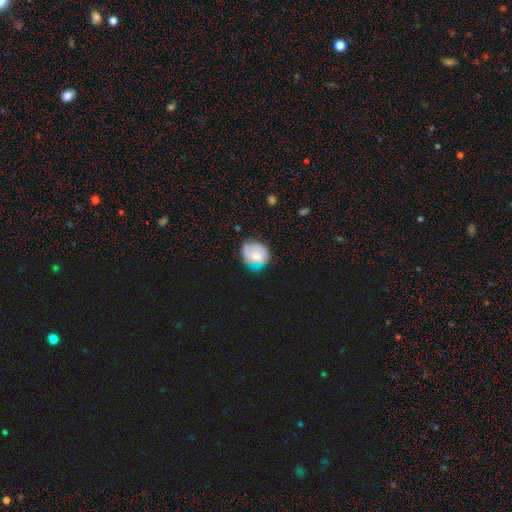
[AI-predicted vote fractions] Smooth or featured? Predicted: smooth (p=0.51). How rounded? Predicted: round (p=0.71). Merging? Predicted: none (p=0.63).